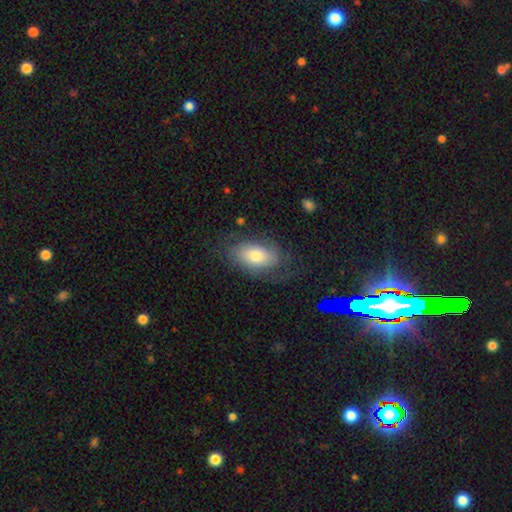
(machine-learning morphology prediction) smooth-or-featured: smooth: 55% | featured or disk: 37% | star or artifact: 8%
  how-rounded: in between: 91% | round: 7% | cigar-shaped: 2%
  merging: none: 63% | minor disturbance: 20% | major disturbance: 15% | merger: 1%